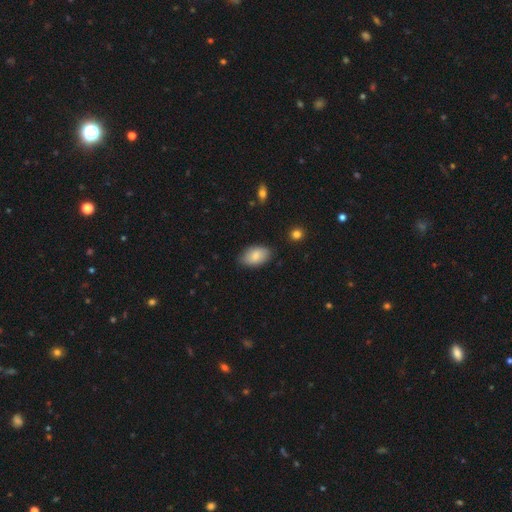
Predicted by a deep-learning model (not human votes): Smooth or featured?
  - smooth: 83% *
  - featured or disk: 11%
  - star or artifact: 6%
How rounded?
  - in between: 92% *
  - round: 6%
  - cigar-shaped: 1%
Merging?
  - none: 81% *
  - minor disturbance: 15%
  - major disturbance: 3%
  - merger: 1%